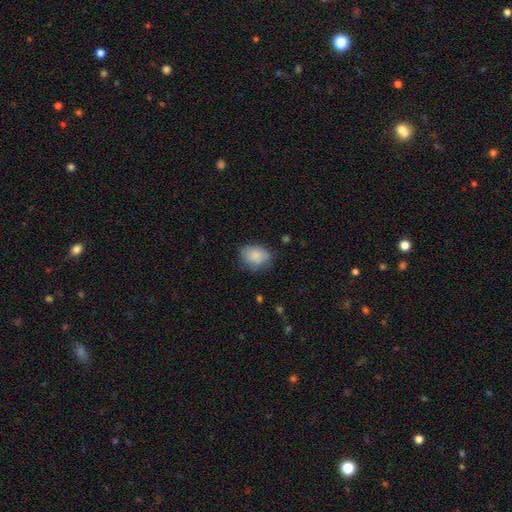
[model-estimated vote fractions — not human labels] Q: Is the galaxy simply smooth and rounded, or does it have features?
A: smooth — 85%.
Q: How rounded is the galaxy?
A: in between — 62%.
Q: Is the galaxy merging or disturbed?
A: none — 66%.